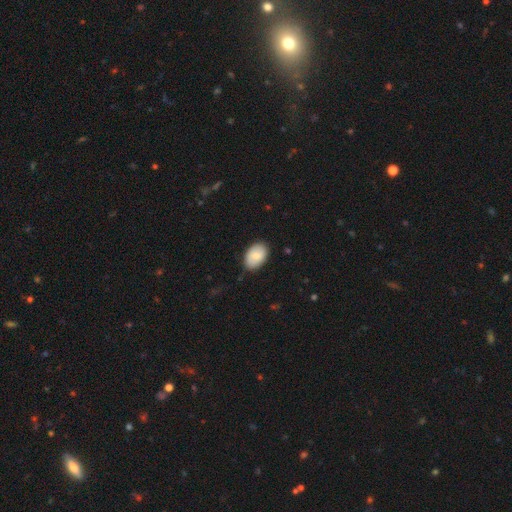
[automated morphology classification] smooth 79%, featured or disk 15%, star or artifact 6%. Down the decision tree: how rounded — in between (89%); merging — none (82%).